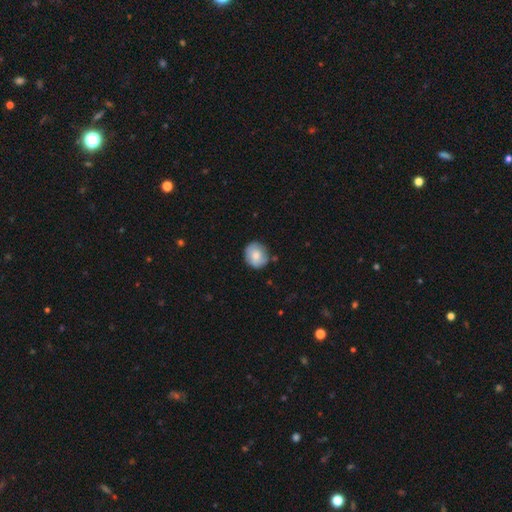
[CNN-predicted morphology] Overall: smooth (73%). How rounded: round (78%). Merging: none (76%).